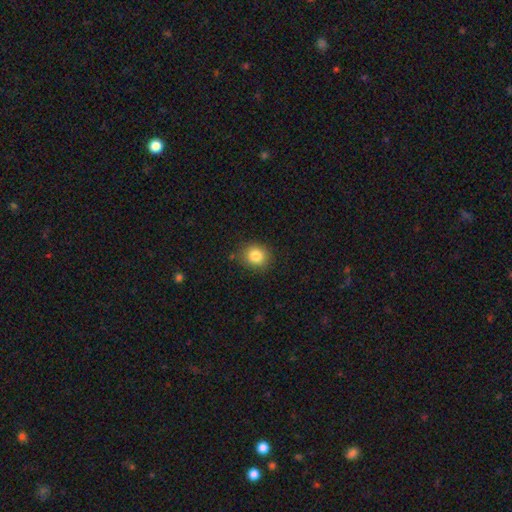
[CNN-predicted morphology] Smooth or featured? smooth (84%)
How rounded? round (75%)
Merging? none (85%)